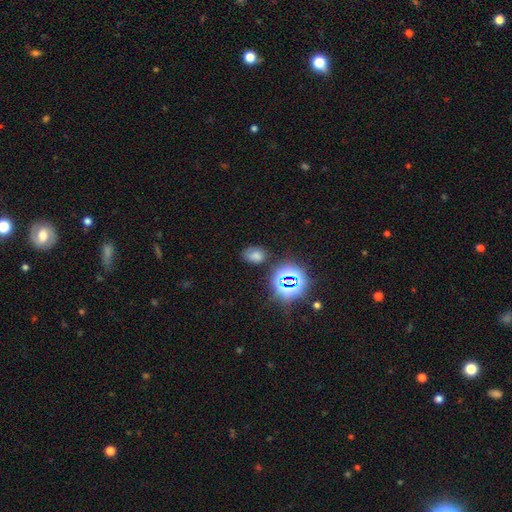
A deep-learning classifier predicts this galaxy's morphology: Smooth or featured? smooth (61%)
How rounded? in between (73%)
Merging? none (67%)